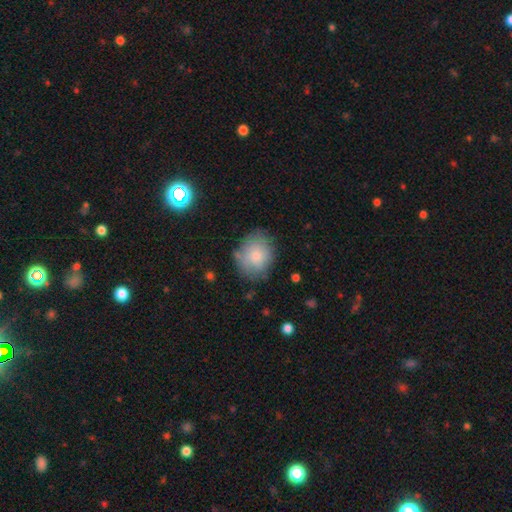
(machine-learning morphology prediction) Smooth or featured? smooth (78%)
How rounded? round (56%)
Merging? none (71%)